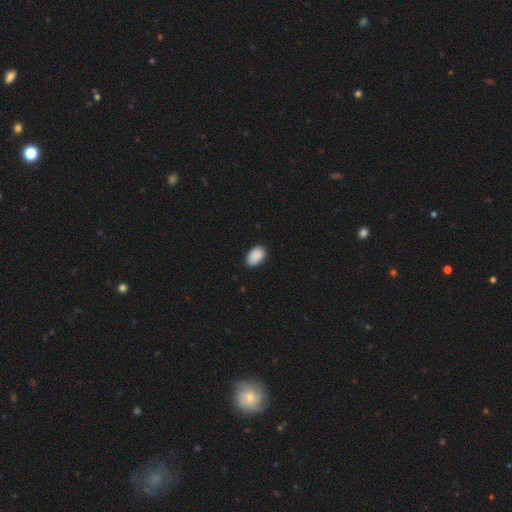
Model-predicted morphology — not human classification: The model was most divided on "merging": none: 85%, minor disturbance: 12%, major disturbance: 2%, merger: 1%. More confident: smooth or featured — smooth (90%); how rounded — in between (90%).